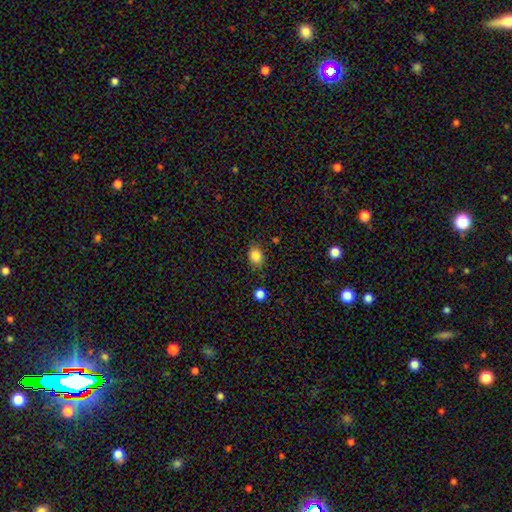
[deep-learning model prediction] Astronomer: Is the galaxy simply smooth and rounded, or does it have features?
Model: smooth — 85%.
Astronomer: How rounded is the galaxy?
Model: in between — 53% (runner-up: round, 46%).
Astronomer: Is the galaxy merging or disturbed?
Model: none — 79%.